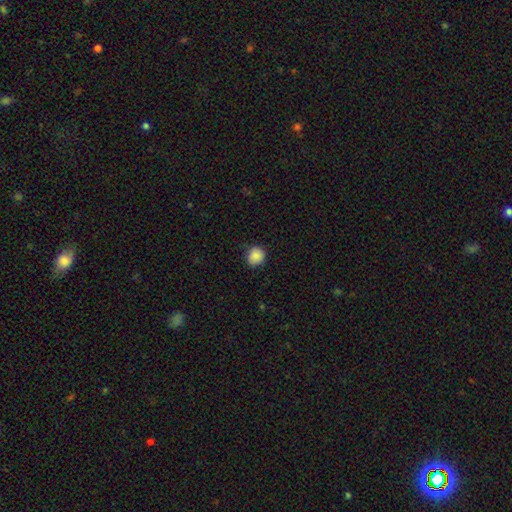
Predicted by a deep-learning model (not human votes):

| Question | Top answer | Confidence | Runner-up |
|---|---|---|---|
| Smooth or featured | smooth | 87% | star or artifact (9%) |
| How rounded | round | 81% | in between (18%) |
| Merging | none | 80% | minor disturbance (17%) |